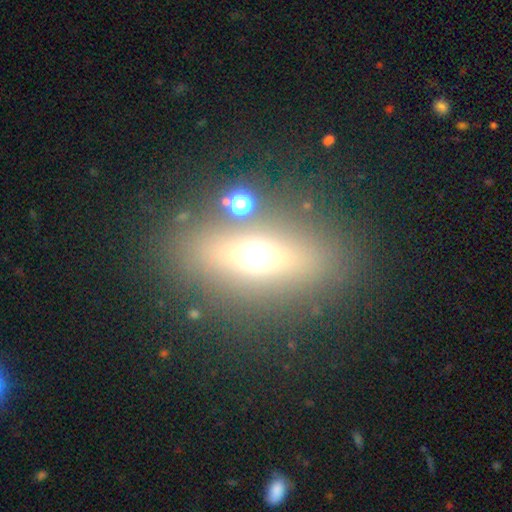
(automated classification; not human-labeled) smooth-or-featured: smooth: 52% | featured or disk: 25% | star or artifact: 23%
  how-rounded: in between: 70% | round: 21% | cigar-shaped: 9%
  merging: none: 77% | minor disturbance: 10% | major disturbance: 7% | merger: 6%